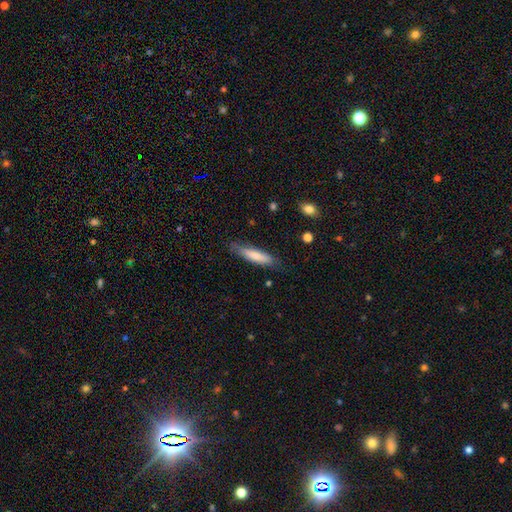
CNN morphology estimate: smooth-or-featured: smooth: 74% | featured or disk: 21% | star or artifact: 6%
  how-rounded: cigar-shaped: 77% | in between: 22% | round: 1%
  merging: none: 78% | minor disturbance: 17% | major disturbance: 3% | merger: 1%